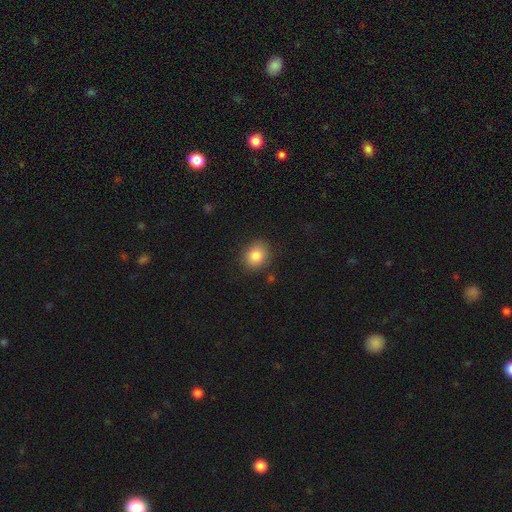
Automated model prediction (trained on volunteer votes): A smooth galaxy with no disk features (84%) that is round (59%). Merging: none (85%).